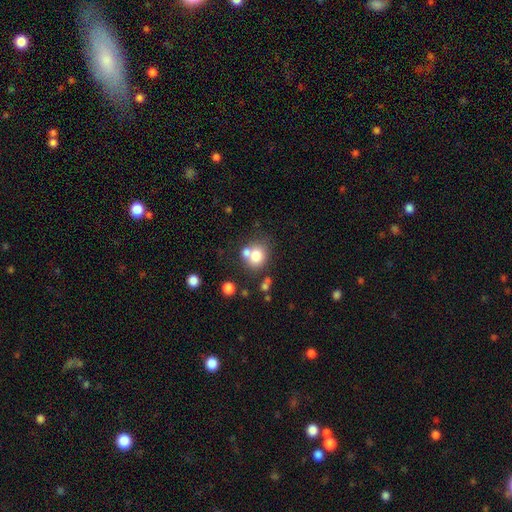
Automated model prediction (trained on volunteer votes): Morphology: type=smooth (76%); roundness=round (70%); merging=none (49%).